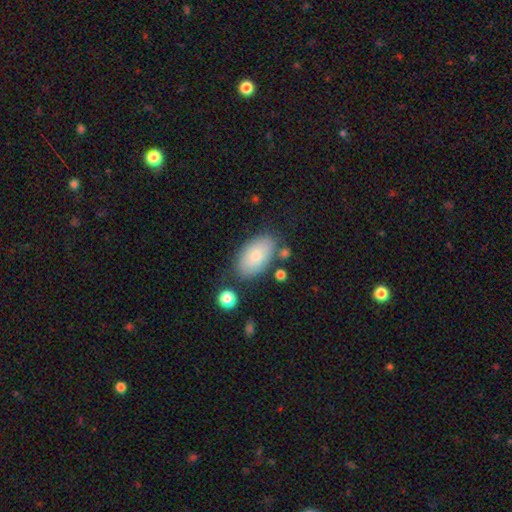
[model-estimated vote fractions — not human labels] Overall: smooth (78%). How rounded: in between (94%). Merging: none (76%).